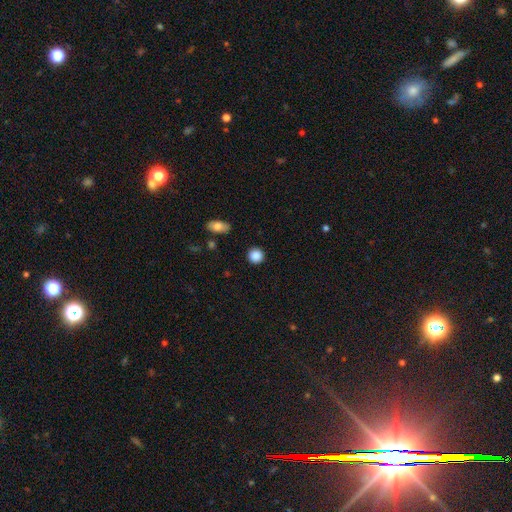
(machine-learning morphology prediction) Smooth or featured?
  - smooth: 88% *
  - star or artifact: 9%
  - featured or disk: 4%
How rounded?
  - round: 92% *
  - in between: 6%
  - cigar-shaped: 1%
Merging?
  - none: 91% *
  - minor disturbance: 6%
  - major disturbance: 2%
  - merger: 2%